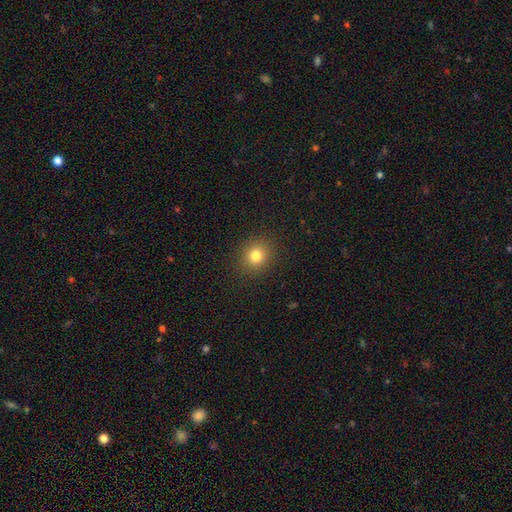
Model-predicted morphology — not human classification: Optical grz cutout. It shows a smooth galaxy with no disk features (80%) that is round (80%). Merging: none (90%).